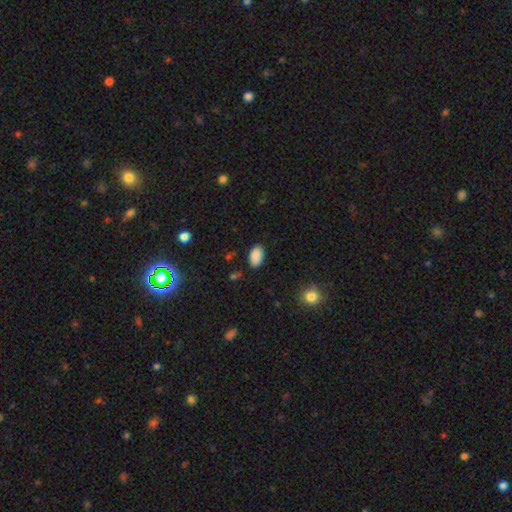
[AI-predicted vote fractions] smooth_or_featured: smooth (p=0.88) [alt: star or artifact p=0.08]
how_rounded: in between (p=0.93) [alt: round p=0.05]
merging: none (p=0.84) [alt: minor disturbance p=0.12]